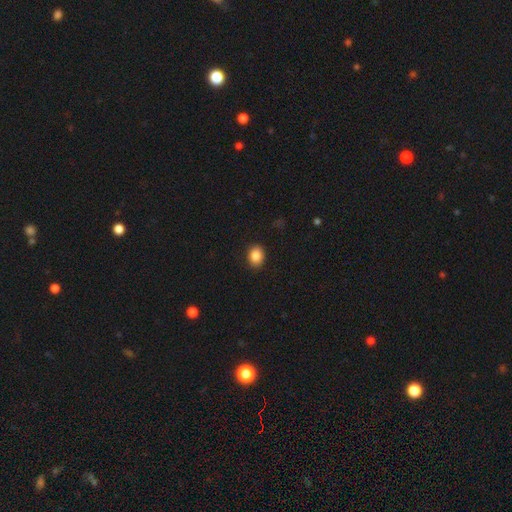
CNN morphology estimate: Smooth or featured?
  - smooth: 87% *
  - star or artifact: 9%
  - featured or disk: 4%
How rounded?
  - in between: 55% *
  - round: 44%
  - cigar-shaped: 1%
Merging?
  - none: 89% *
  - minor disturbance: 8%
  - major disturbance: 2%
  - merger: 1%